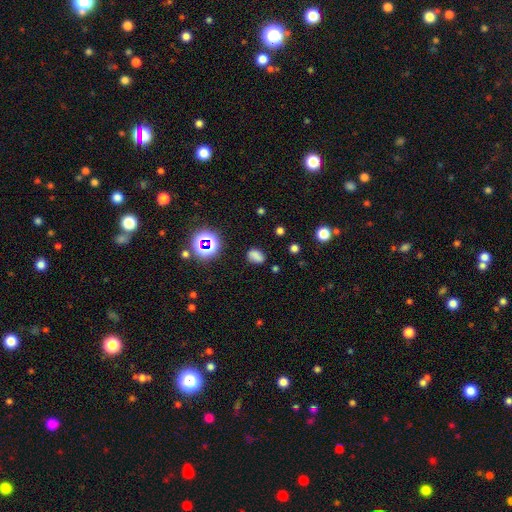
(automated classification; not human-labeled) A smooth galaxy with no disk features (71%) that is in between round and cigar-shaped (79%). Merging: none (77%).